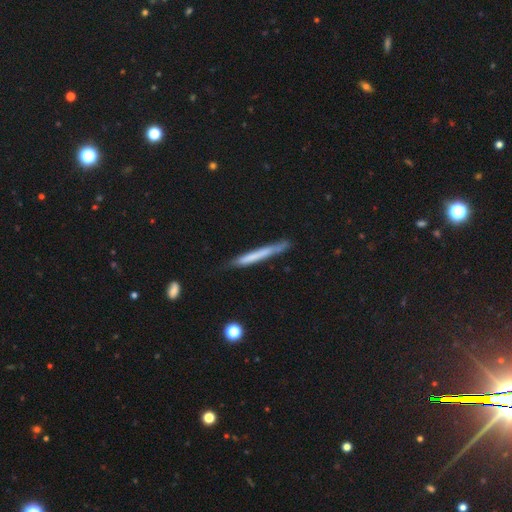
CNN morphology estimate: smooth 59%, featured or disk 35%, star or artifact 6%. Down the decision tree: how rounded — cigar-shaped (96%); merging — none (75%).